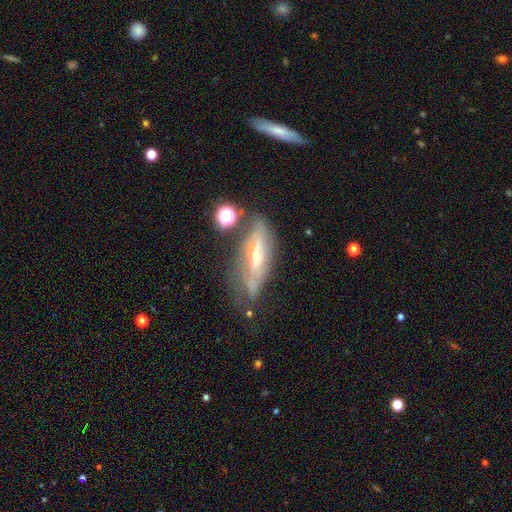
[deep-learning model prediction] Q: Smooth or featured?
A: featured or disk (74%); runner-up: smooth (18%)
Q: Edge-on disk?
A: yes (54%); runner-up: no (46%)
Q: Merging?
A: none (57%); runner-up: minor disturbance (25%)